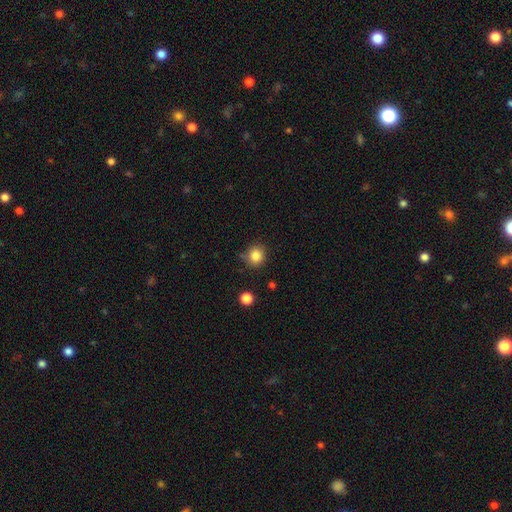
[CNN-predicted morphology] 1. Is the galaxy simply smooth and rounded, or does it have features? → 83% smooth, 11% star or artifact, 5% featured or disk.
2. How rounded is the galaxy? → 87% round, 12% in between, 1% cigar-shaped.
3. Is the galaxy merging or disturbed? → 81% none, 13% minor disturbance, 4% merger, 3% major disturbance.